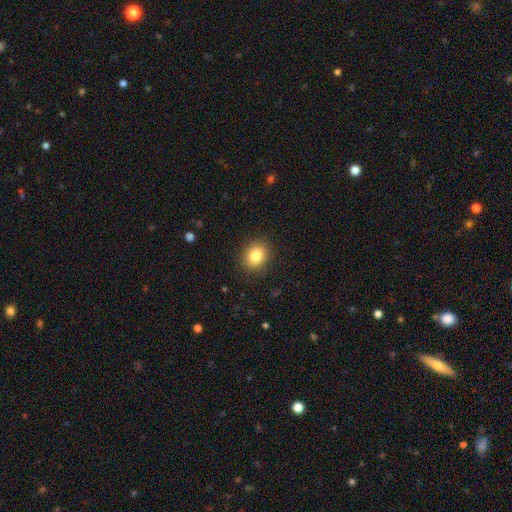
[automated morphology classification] smooth_or_featured: smooth (p=0.84) [alt: star or artifact p=0.09]
how_rounded: round (p=0.57) [alt: in between p=0.42]
merging: none (p=0.88) [alt: minor disturbance p=0.08]